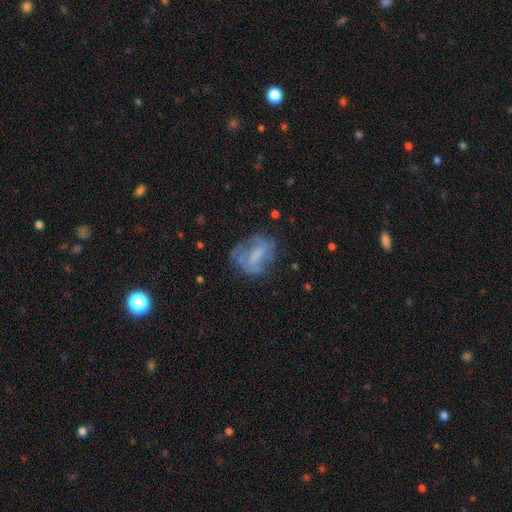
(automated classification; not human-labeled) The model was most divided on "spiral arms": no: 51%, yes: 49%. Remaining: edge-on disk — no (97%); smooth or featured — featured or disk (57%); merging — none (51%); bar — no (47%); bulge size — none (46%).